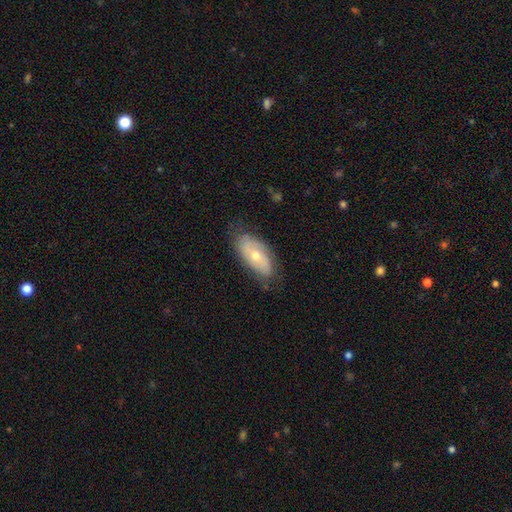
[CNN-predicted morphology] Smooth or featured: featured or disk — 55% (smooth — 39%)
Edge-on disk: no — 87% (yes — 13%)
Merging: none — 72% (minor disturbance — 21%)